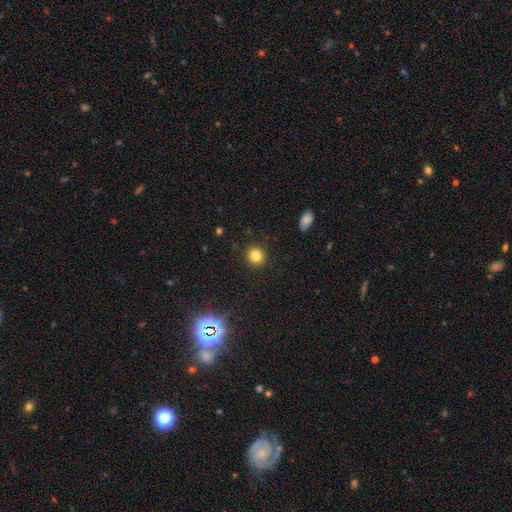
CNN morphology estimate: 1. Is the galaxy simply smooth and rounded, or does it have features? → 82% smooth, 12% star or artifact, 6% featured or disk.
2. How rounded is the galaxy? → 90% round, 9% in between, 1% cigar-shaped.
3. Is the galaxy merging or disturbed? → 91% none, 6% minor disturbance, 2% major disturbance, 1% merger.